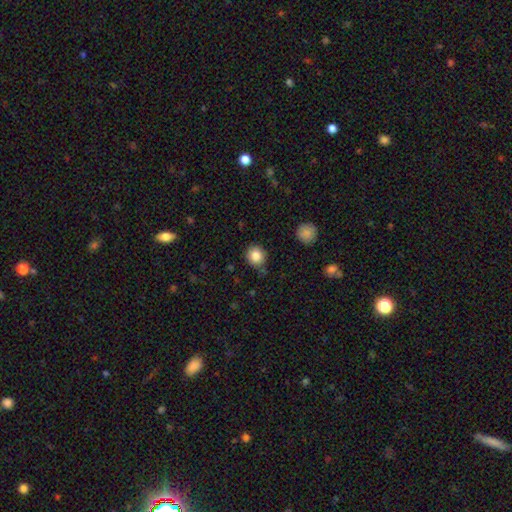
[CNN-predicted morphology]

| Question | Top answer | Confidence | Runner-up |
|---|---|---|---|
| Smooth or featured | smooth | 85% | star or artifact (10%) |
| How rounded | round | 86% | in between (13%) |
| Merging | none | 80% | minor disturbance (14%) |